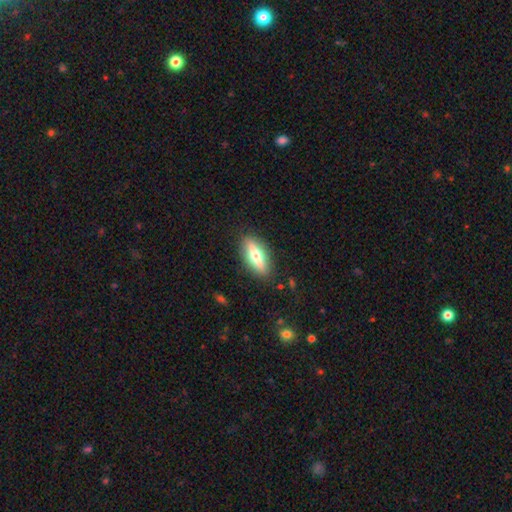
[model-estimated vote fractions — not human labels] A featured or disk galaxy (49%). Merging: none (87%).